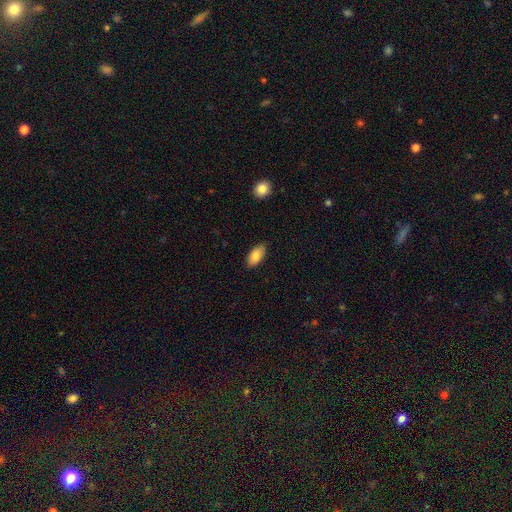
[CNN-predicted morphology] smooth-or-featured: smooth: 84% | featured or disk: 9% | star or artifact: 7%
  how-rounded: in between: 93% | cigar-shaped: 5% | round: 2%
  merging: none: 85% | minor disturbance: 12% | major disturbance: 2% | merger: 1%